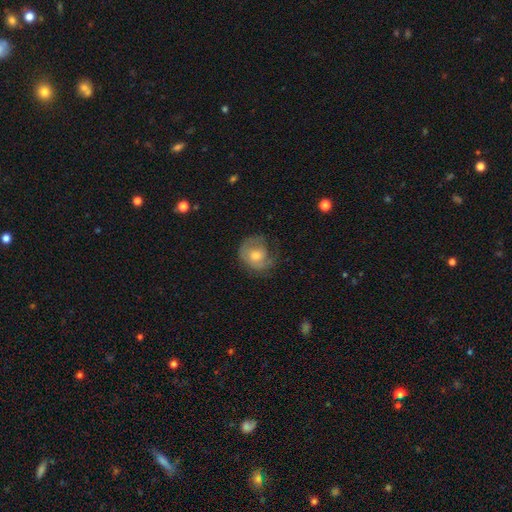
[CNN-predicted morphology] The model was most divided on "smooth or featured" (2-way tie): smooth: 46%, featured or disk: 46%, star or artifact: 8%. More confident: merging — none (54%).